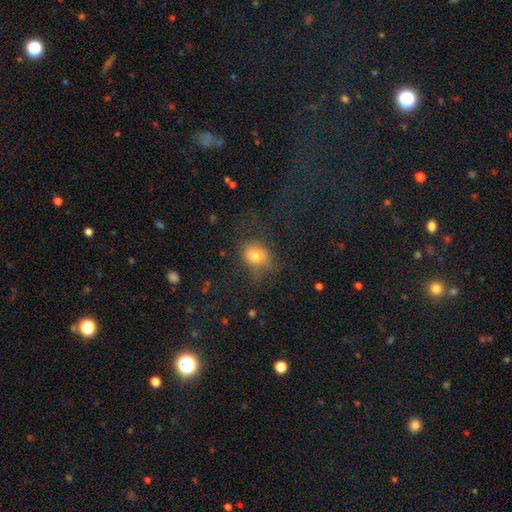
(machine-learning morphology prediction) The model was most divided on "how rounded": round: 62%, in between: 36%, cigar-shaped: 1%. More confident: smooth or featured — smooth (74%); merging — none (58%).